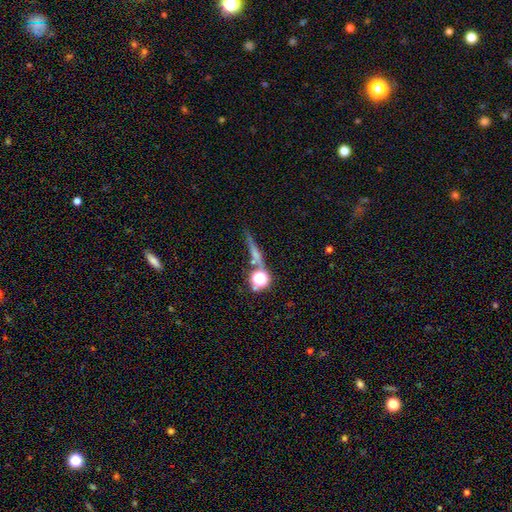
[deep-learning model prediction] smooth-or-featured: smooth: 45% | featured or disk: 33% | star or artifact: 22%
  merging: none: 73% | minor disturbance: 11% | merger: 11% | major disturbance: 5%